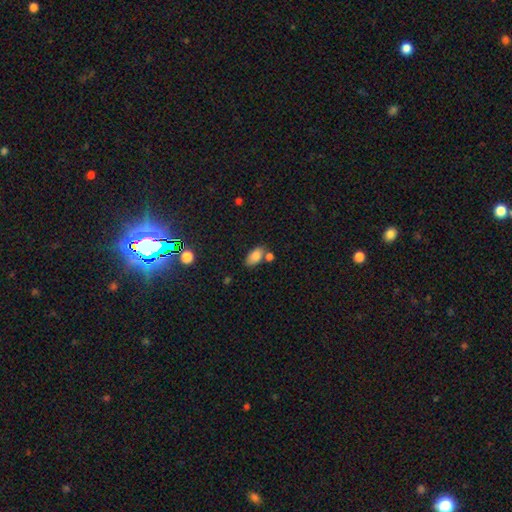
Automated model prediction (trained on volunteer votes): This is clearly a smooth galaxy (82%). How rounded: clearly in between (92%). Merging: possibly none (58%).